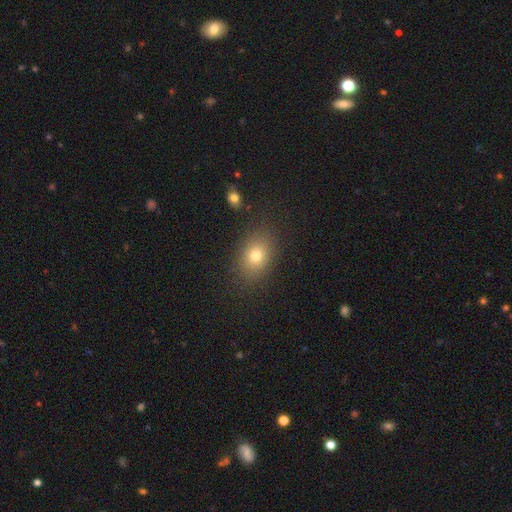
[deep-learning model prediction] smooth_or_featured: smooth (p=0.75) [alt: star or artifact p=0.13]
how_rounded: in between (p=0.68) [alt: round p=0.31]
merging: none (p=0.84) [alt: minor disturbance p=0.10]